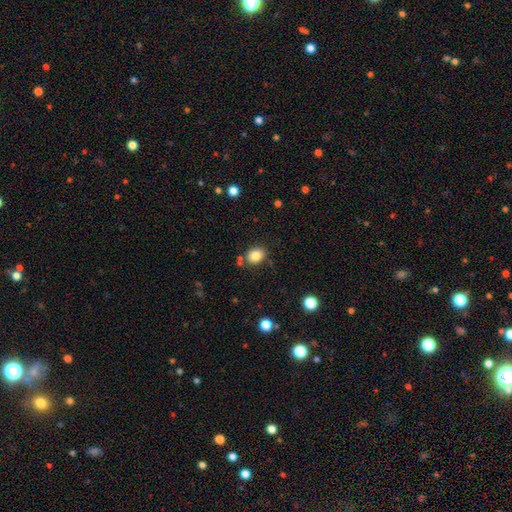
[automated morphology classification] type=smooth (84%); roundness=in between (51%); merging=none (78%).